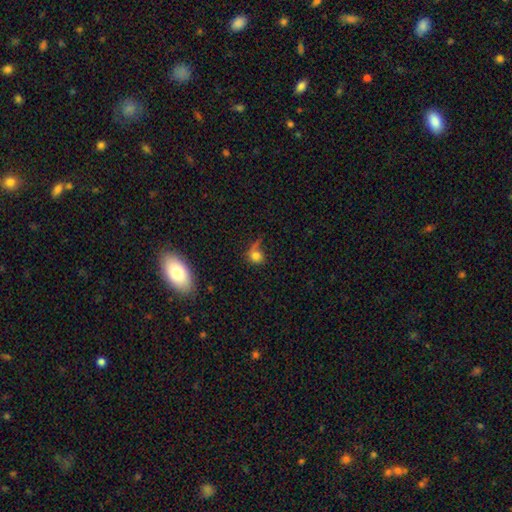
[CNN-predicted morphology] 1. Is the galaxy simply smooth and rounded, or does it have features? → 72% smooth, 15% featured or disk, 13% star or artifact.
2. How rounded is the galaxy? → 76% round, 22% in between, 2% cigar-shaped.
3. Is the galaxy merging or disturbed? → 43% none, 25% major disturbance, 21% minor disturbance, 11% merger.